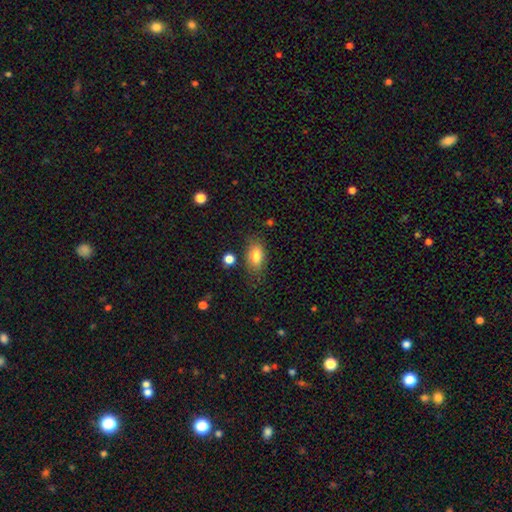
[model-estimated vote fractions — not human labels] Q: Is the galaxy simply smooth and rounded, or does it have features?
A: smooth — 81%.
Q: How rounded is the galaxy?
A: in between — 87%.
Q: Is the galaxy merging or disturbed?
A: none — 73%.